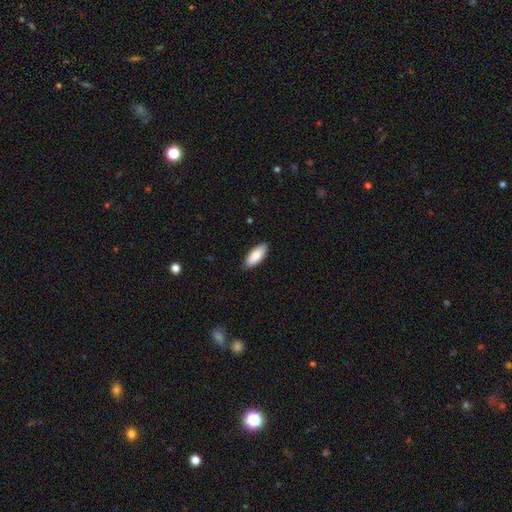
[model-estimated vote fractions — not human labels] Smooth or featured?
  - smooth: 85% *
  - featured or disk: 10%
  - star or artifact: 6%
How rounded?
  - in between: 81% *
  - cigar-shaped: 17%
  - round: 2%
Merging?
  - none: 87% *
  - minor disturbance: 11%
  - major disturbance: 2%
  - merger: 1%